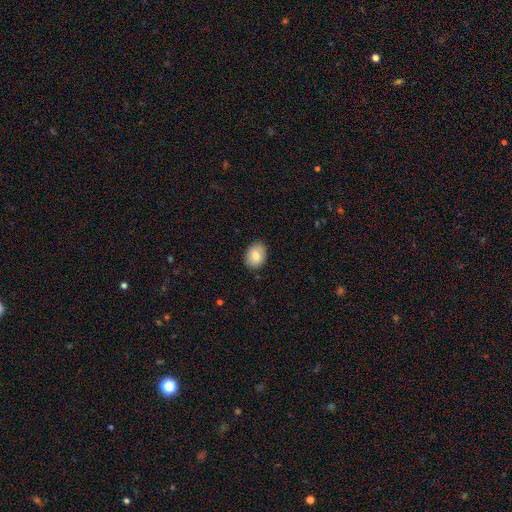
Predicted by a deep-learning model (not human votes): Morphology: type=smooth (82%); roundness=in between (67%); merging=none (87%).